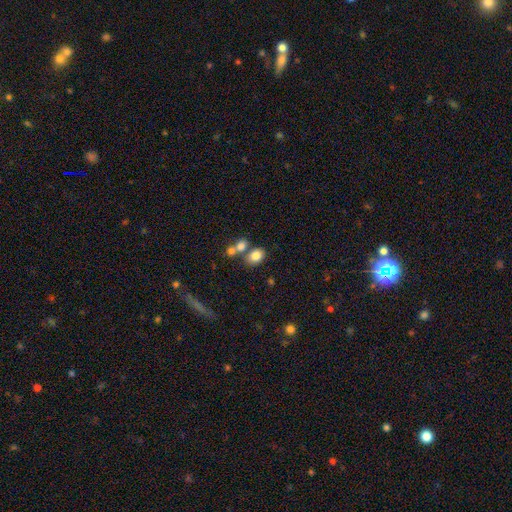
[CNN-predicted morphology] The model was most divided on "merging": none: 55%, merger: 29%, minor disturbance: 11%, major disturbance: 4%. More confident: smooth or featured — smooth (81%); how rounded — in between (64%).